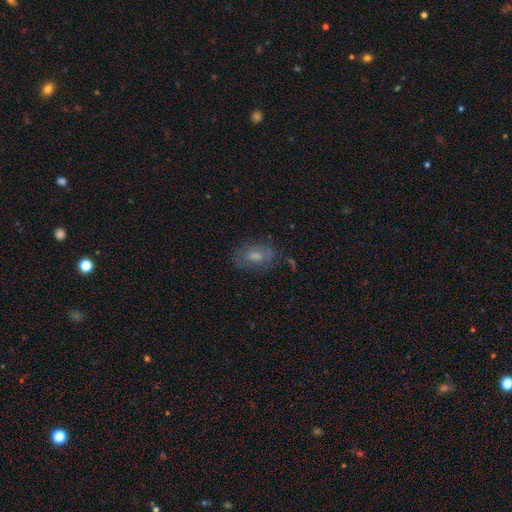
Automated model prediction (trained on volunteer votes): Smooth or featured: smooth — 45% (featured or disk — 37%)
Merging: none — 73% (minor disturbance — 18%)